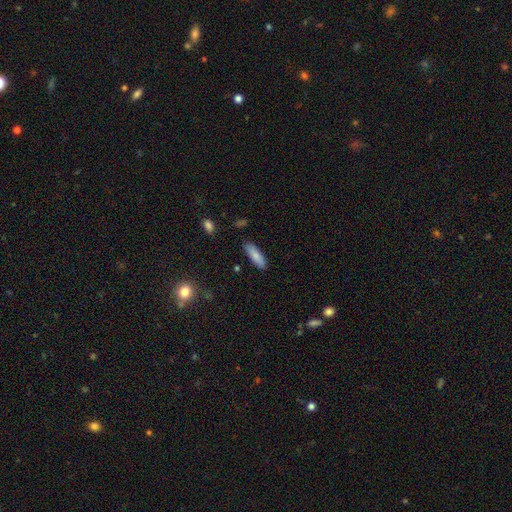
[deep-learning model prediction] Overall: smooth (83%). How rounded: in between (52%; cigar-shaped 46%). Merging: none (86%).